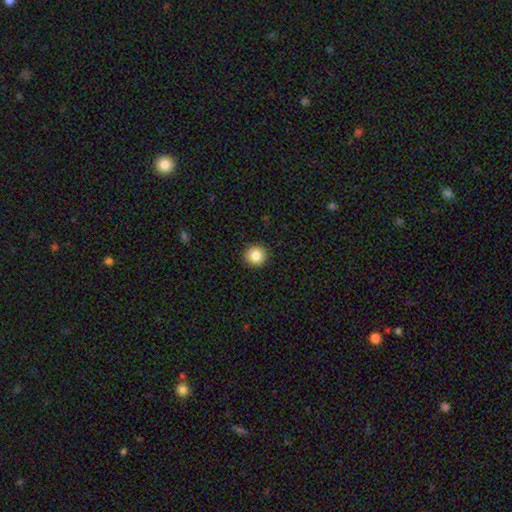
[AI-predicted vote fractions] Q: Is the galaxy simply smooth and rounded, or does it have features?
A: smooth — 85%.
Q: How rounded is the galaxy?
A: round — 94%.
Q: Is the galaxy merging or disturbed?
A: none — 92%.